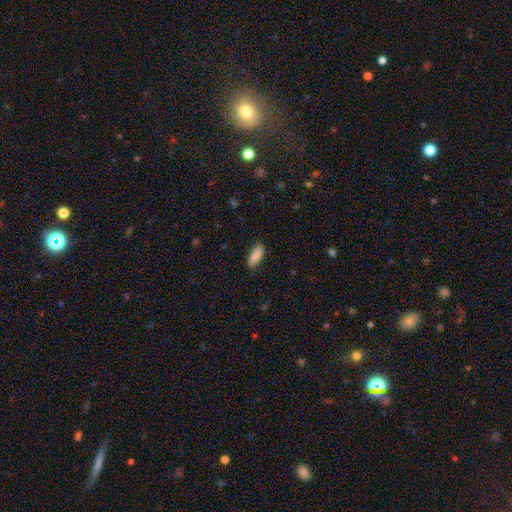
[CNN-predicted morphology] Overall: smooth (84%). How rounded: in between (70%). Merging: none (83%).